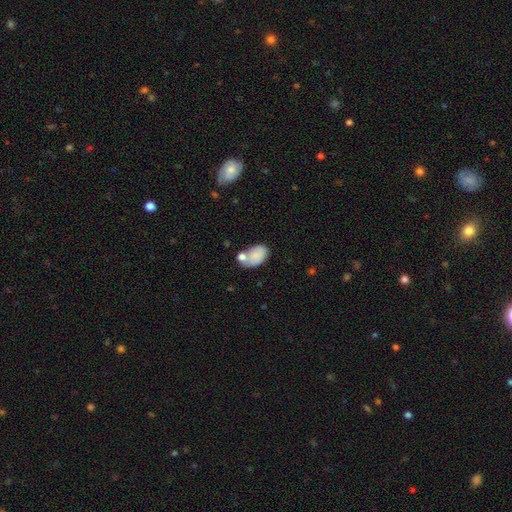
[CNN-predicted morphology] type=smooth (80%); roundness=in between (90%); merging=none (48%).